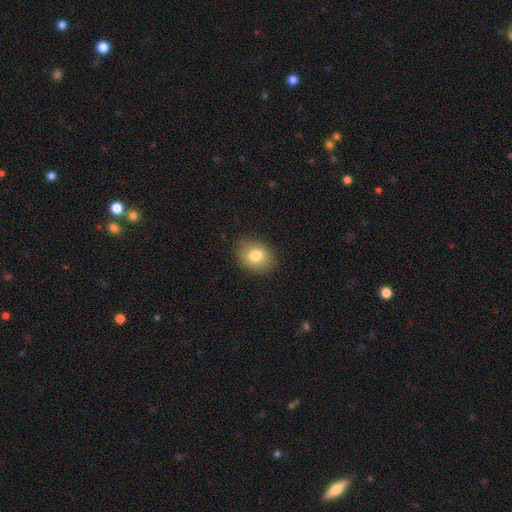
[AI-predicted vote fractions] A smooth galaxy with no disk features (80%) that is round (53%).

Vote fractions:
- Smooth or featured? smooth: 80% / featured or disk: 10% / star or artifact: 10%
- How rounded? round: 53% / in between: 47% / cigar-shaped: 1%
- Merging? none: 87% / minor disturbance: 9% / major disturbance: 3% / merger: 1%